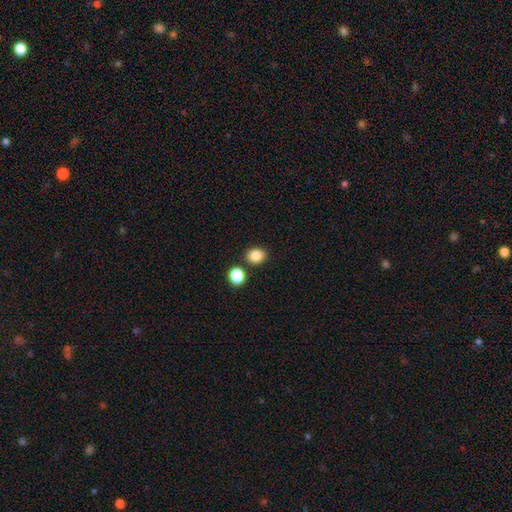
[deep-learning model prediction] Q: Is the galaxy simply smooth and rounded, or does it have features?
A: smooth — 85%.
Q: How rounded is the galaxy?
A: round — 58%.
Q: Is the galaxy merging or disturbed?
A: none — 81%.